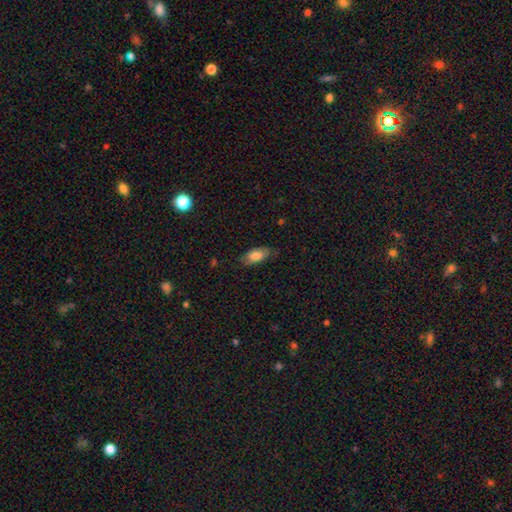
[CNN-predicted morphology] This appears to be a smooth galaxy with no disk features (79%) that is in between round and cigar-shaped (88%). Merging: none (77%).